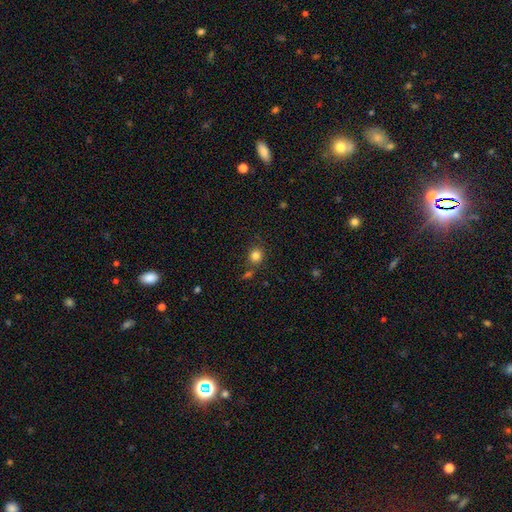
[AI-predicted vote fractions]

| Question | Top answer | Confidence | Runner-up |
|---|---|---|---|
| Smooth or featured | smooth | 82% | star or artifact (12%) |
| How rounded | round | 83% | in between (16%) |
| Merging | none | 76% | minor disturbance (11%) |